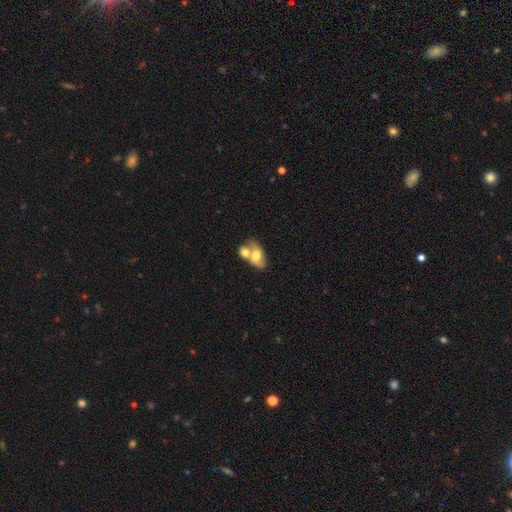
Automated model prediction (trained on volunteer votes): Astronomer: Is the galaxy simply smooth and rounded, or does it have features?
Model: smooth — 53% (runner-up: featured or disk, 39%).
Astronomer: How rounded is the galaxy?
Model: in between — 81%.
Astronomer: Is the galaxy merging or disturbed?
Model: merger — 64%.